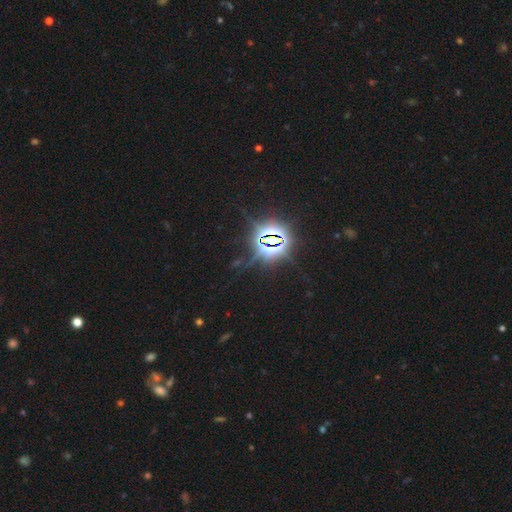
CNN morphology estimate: This is clearly a star or artifact rather than a galaxy (85%).